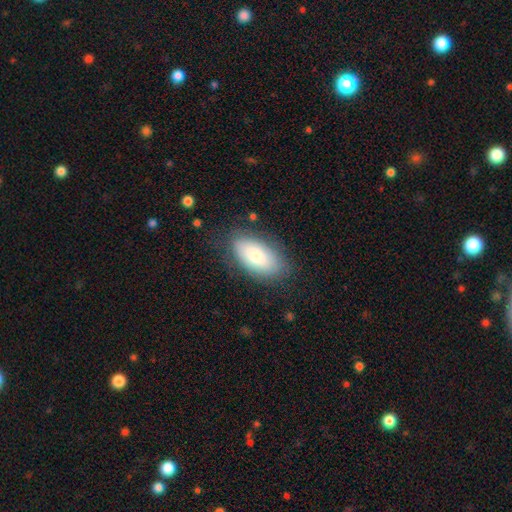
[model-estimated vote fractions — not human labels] Q: Smooth or featured?
A: smooth (79%); runner-up: featured or disk (14%)
Q: How rounded?
A: in between (93%); runner-up: cigar-shaped (4%)
Q: Merging?
A: none (78%); runner-up: minor disturbance (15%)